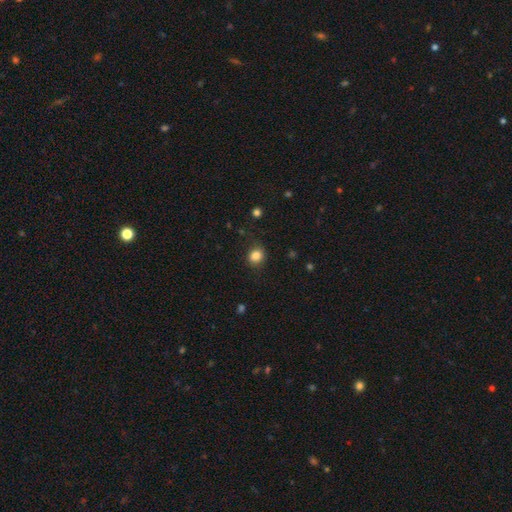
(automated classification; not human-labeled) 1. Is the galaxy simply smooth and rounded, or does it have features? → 84% smooth, 11% star or artifact, 5% featured or disk.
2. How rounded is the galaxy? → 78% round, 21% in between, 1% cigar-shaped.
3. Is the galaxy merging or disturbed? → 84% none, 11% minor disturbance, 3% major disturbance, 1% merger.